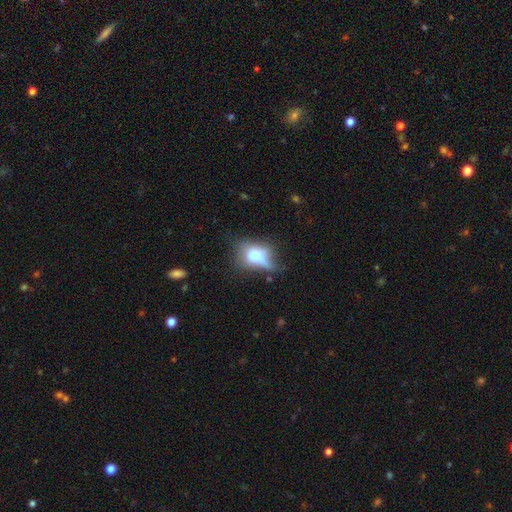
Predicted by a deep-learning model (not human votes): The model was most divided on "merging": none: 31%, major disturbance: 24%, minor disturbance: 23%, merger: 22%. More confident: how rounded — in between (66%); smooth or featured — smooth (61%).